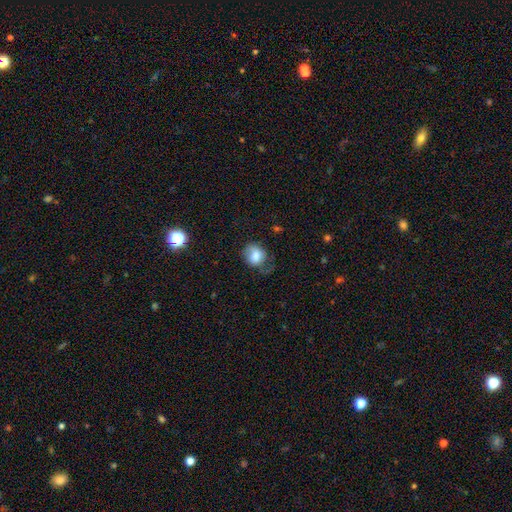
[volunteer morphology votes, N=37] This appears to be a smooth galaxy with no disk features (78%) that is round (62%). Merging: minor disturbance (34%).